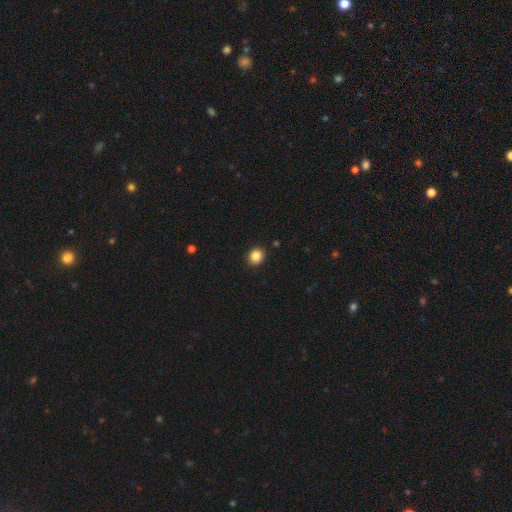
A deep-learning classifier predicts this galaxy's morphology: type=smooth (85%); roundness=round (76%); merging=none (91%).